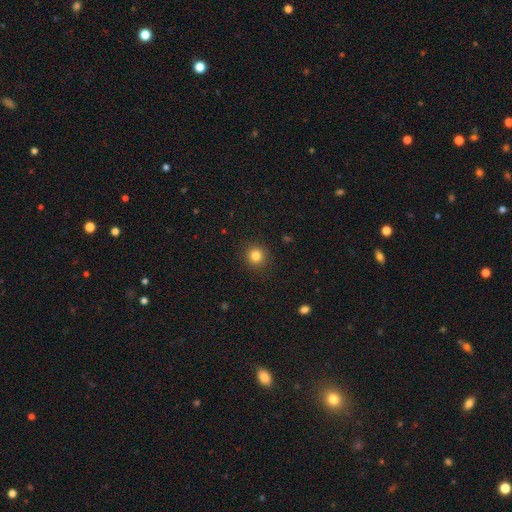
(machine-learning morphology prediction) Smooth or featured? smooth (82%)
How rounded? round (93%)
Merging? none (91%)